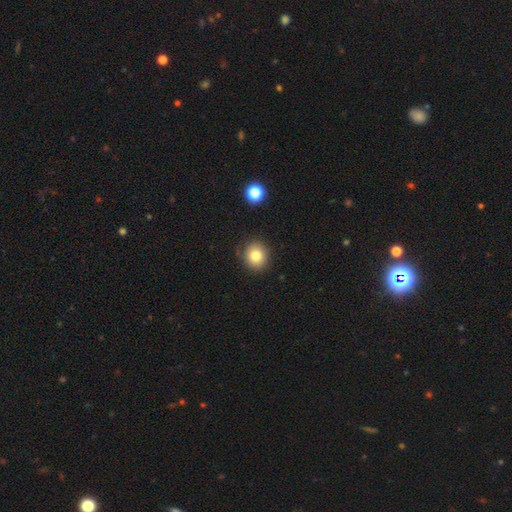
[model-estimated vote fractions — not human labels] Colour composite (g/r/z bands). It shows a smooth galaxy with no disk features (80%) that is round (84%). Merging: none (83%).